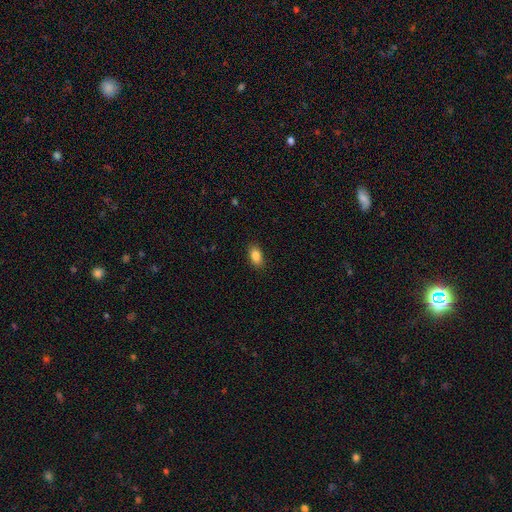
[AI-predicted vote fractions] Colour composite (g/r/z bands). It shows a smooth galaxy with no disk features (86%) that is in between round and cigar-shaped (90%). Merging: none (88%).